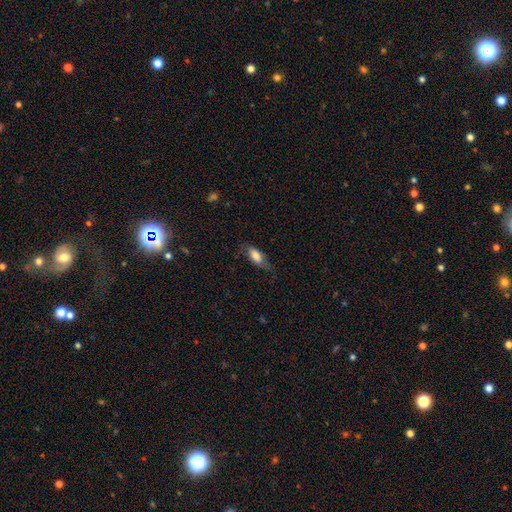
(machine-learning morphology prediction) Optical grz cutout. It shows a smooth galaxy with no disk features (69%) that is in between round and cigar-shaped (78%). Merging: none (62%).